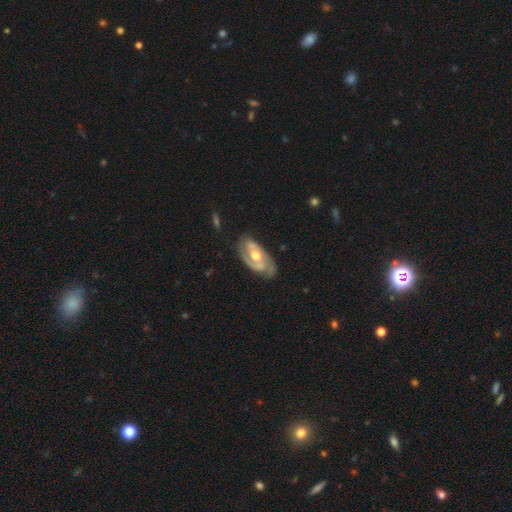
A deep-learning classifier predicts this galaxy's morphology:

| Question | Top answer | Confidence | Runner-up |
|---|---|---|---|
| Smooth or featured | featured or disk | 81% | smooth (15%) |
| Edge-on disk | no | 94% | yes (6%) |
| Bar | no | 64% | weak (29%) |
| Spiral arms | yes | 88% | no (12%) |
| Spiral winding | tight | 47% | medium (39%) |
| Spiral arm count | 2 | 69% | can't tell (14%) |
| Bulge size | moderate | 72% | large (14%) |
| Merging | none | 65% | minor disturbance (24%) |